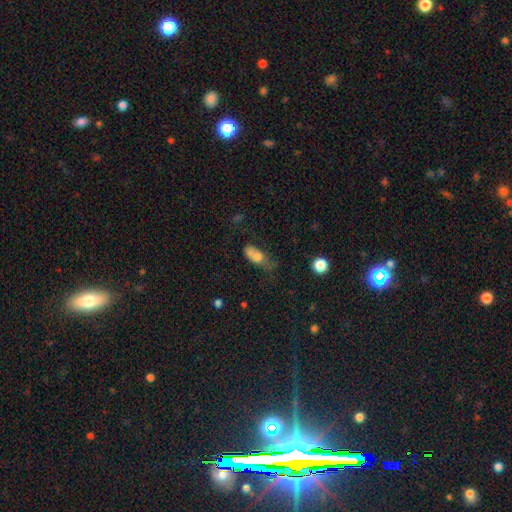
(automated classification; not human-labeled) Morphology: type=smooth (70%); roundness=in between (80%); merging=minor disturbance (28%).